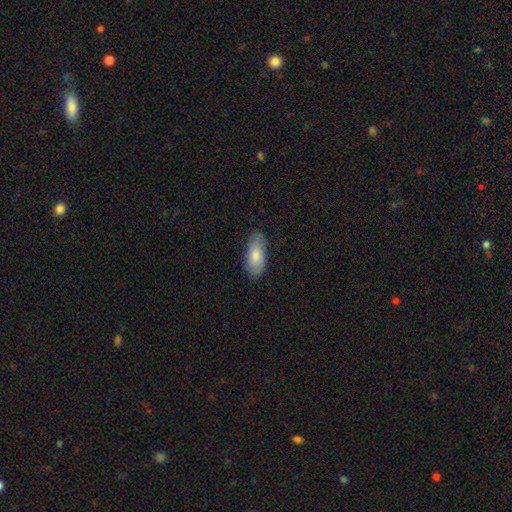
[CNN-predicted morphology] Smooth or featured? smooth (77%)
How rounded? in between (85%)
Merging? none (78%)